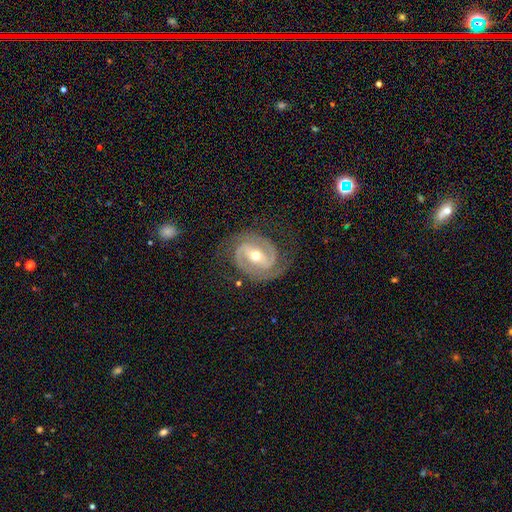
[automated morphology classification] This appears to be a featured or disk galaxy (91%) with a strong bar (44%), 2 (90%) tight (49%) spiral arms (98%) and a moderate central bulge (63%). Merging: none (78%).